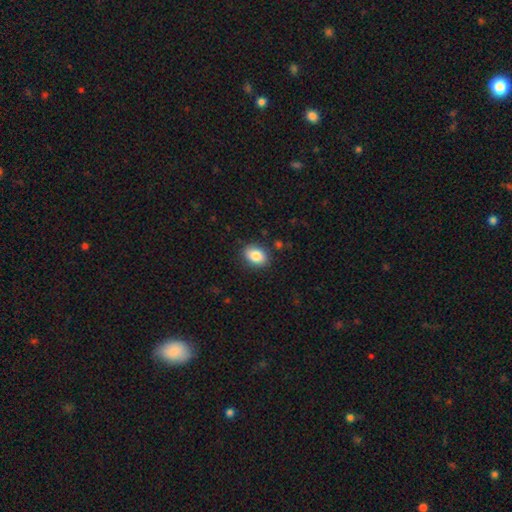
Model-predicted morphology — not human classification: type=smooth (85%); roundness=in between (78%); merging=none (86%).